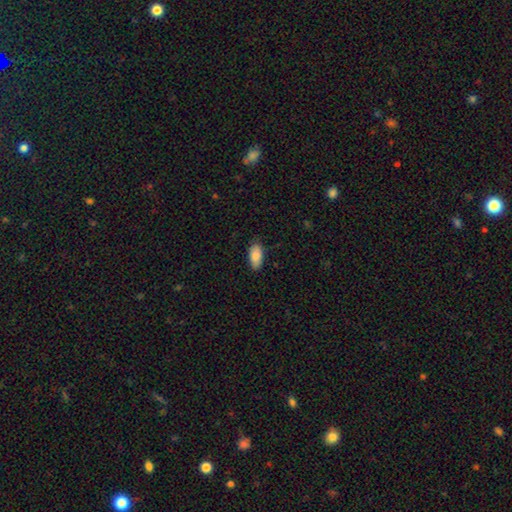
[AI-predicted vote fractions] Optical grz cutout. It shows a smooth galaxy with no disk features (85%) that is in between round and cigar-shaped (92%). Merging: none (84%).